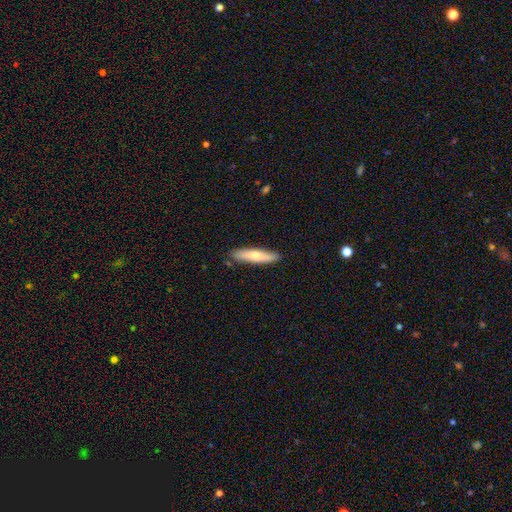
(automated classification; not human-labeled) Overall: smooth (67%; featured or disk 28%). How rounded: cigar-shaped (82%). Merging: none (87%).